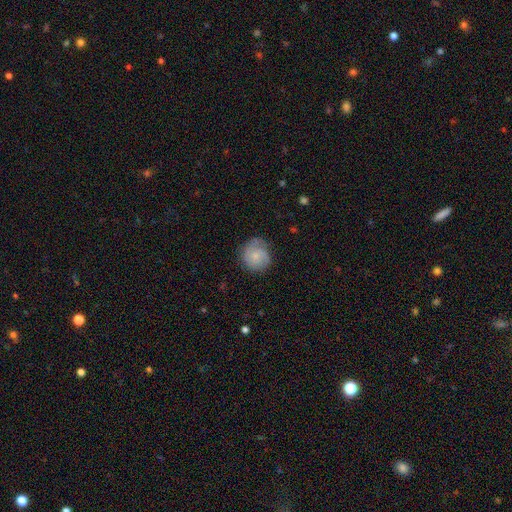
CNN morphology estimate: type=smooth (56%); roundness=round (89%); merging=none (69%).